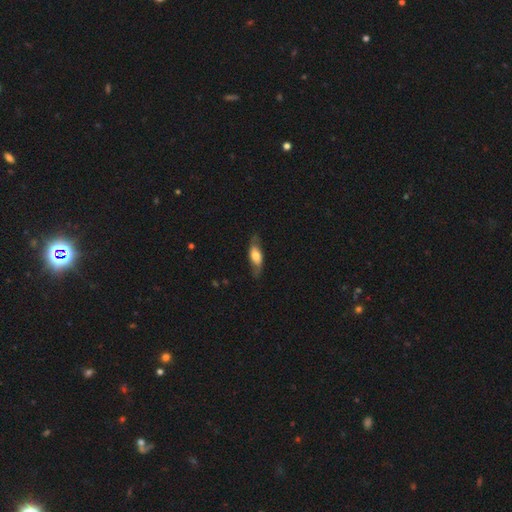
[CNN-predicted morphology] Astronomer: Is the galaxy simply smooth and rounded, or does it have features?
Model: smooth — 55% (runner-up: featured or disk, 38%).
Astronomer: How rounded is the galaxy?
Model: in between — 69%.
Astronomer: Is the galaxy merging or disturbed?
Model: none — 71%.